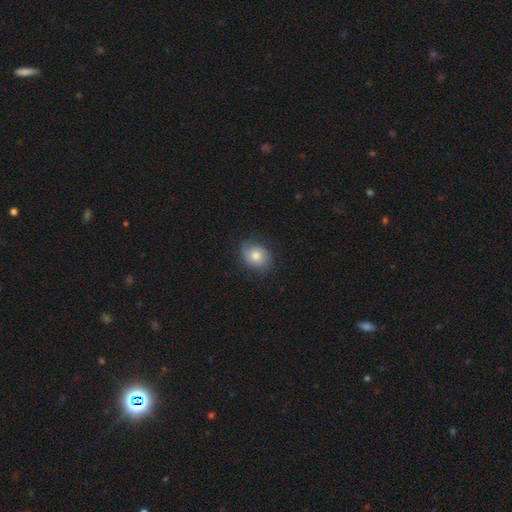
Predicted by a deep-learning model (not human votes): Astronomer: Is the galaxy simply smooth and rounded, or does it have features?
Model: smooth — 61%.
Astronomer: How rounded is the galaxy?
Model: round — 51% (runner-up: in between, 48%).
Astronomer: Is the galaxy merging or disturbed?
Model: none — 74%.